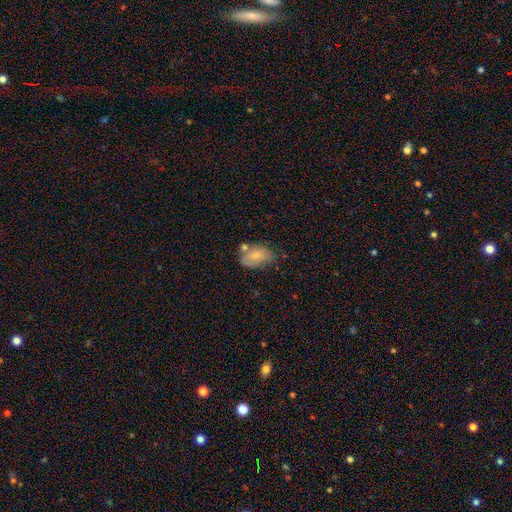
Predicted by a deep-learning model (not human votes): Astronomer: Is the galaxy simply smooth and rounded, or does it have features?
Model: smooth — 67%.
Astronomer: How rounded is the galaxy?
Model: in between — 85%.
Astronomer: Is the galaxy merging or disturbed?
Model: none — 41% (runner-up: minor disturbance, 29%).